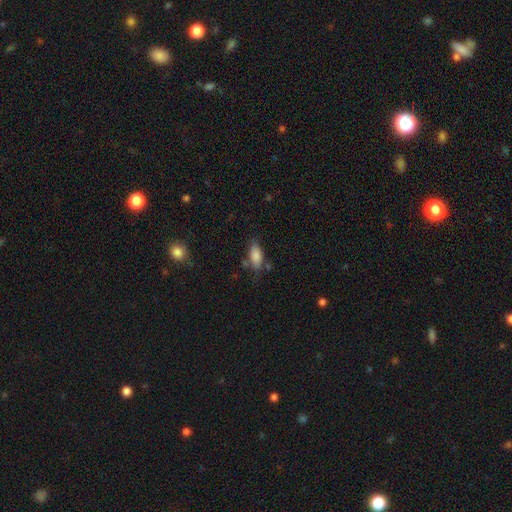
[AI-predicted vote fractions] Smooth or featured? smooth (84%)
How rounded? in between (83%)
Merging? none (68%)